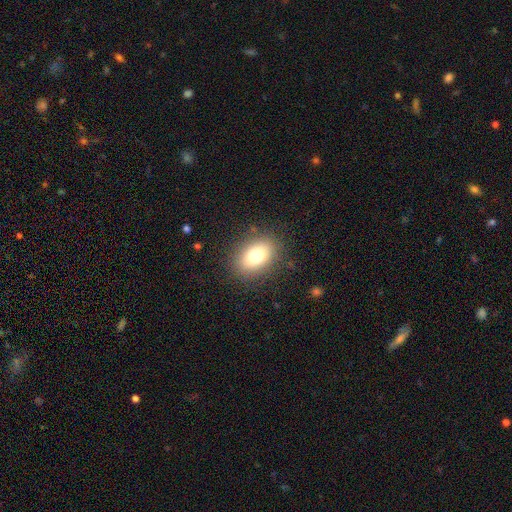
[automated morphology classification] Q: Smooth or featured?
A: smooth (77%); runner-up: featured or disk (13%)
Q: How rounded?
A: in between (80%); runner-up: round (18%)
Q: Merging?
A: none (84%); runner-up: minor disturbance (10%)